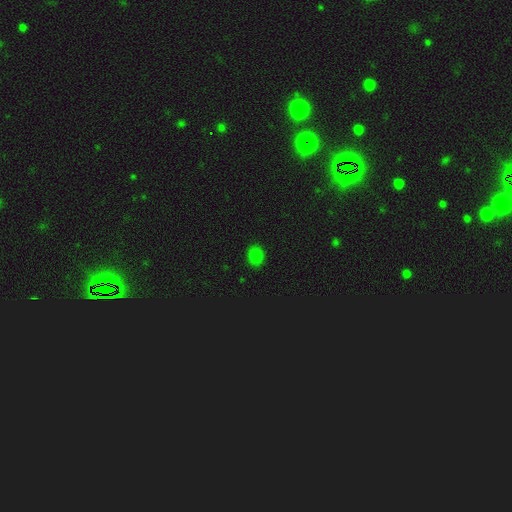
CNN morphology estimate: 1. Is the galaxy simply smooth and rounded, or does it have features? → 79% smooth, 16% star or artifact, 5% featured or disk.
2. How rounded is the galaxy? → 57% round, 42% in between, 1% cigar-shaped.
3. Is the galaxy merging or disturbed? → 88% none, 9% minor disturbance, 2% major disturbance, 1% merger.